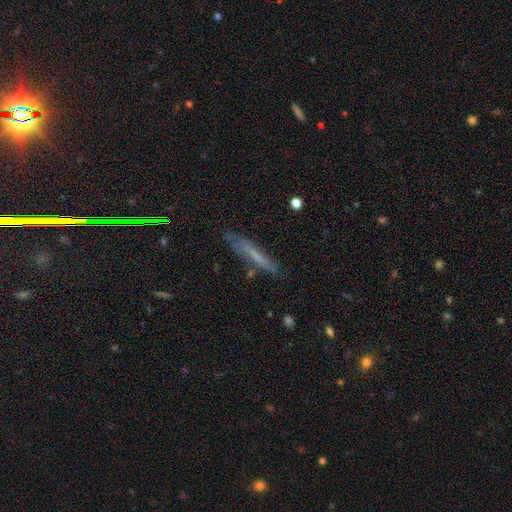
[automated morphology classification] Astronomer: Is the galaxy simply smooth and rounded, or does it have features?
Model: smooth — 52% (runner-up: featured or disk, 39%).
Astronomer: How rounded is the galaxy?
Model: cigar-shaped — 91%.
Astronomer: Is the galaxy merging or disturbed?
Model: none — 71%.